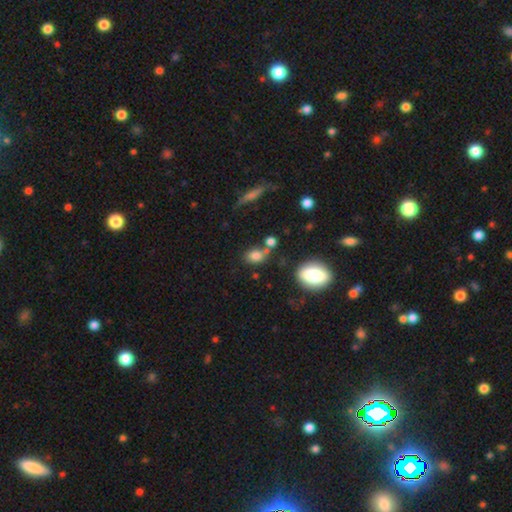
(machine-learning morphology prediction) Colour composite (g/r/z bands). It shows a smooth galaxy with no disk features (79%) that is in between round and cigar-shaped (65%). Merging: none (55%).